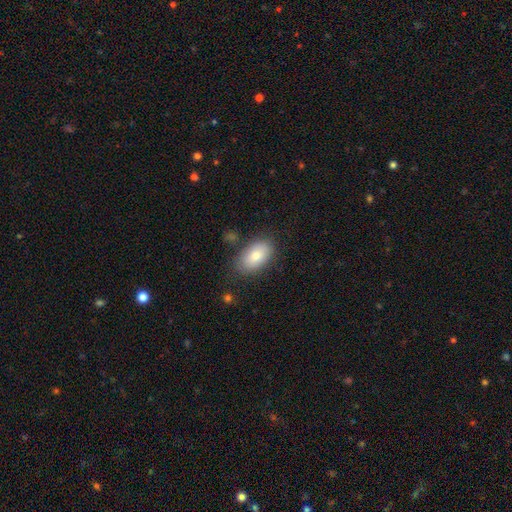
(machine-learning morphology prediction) type=smooth (78%); roundness=in between (93%); merging=none (80%).